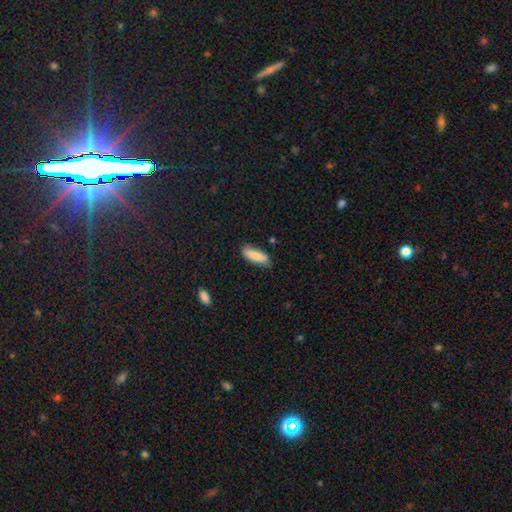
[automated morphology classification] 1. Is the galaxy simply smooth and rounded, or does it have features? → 78% smooth, 15% featured or disk, 6% star or artifact.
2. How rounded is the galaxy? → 59% in between, 39% cigar-shaped, 2% round.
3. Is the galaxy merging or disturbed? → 79% none, 16% minor disturbance, 3% major disturbance, 2% merger.